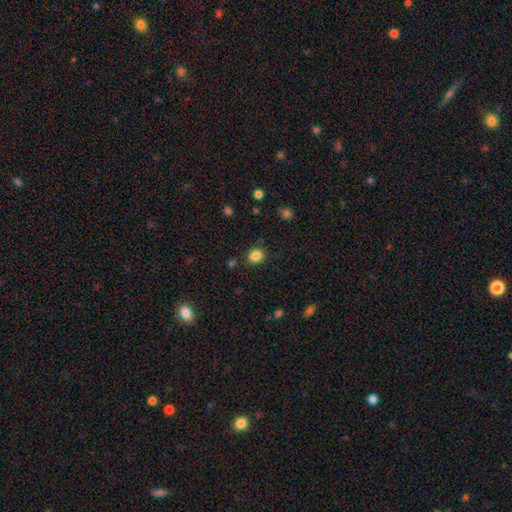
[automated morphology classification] type=smooth (84%); roundness=round (80%); merging=none (86%).